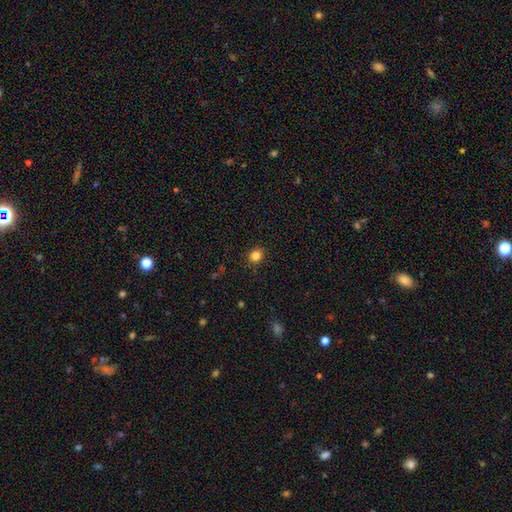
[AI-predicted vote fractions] smooth 84%, star or artifact 12%, featured or disk 4%. Down the decision tree: how rounded — round (74%); merging — none (89%).